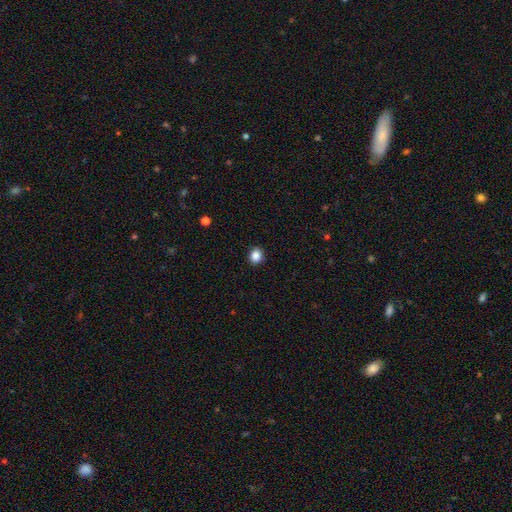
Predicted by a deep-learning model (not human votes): Smooth or featured: smooth — 87% (star or artifact — 10%)
How rounded: round — 70% (in between — 29%)
Merging: none — 91% (minor disturbance — 6%)